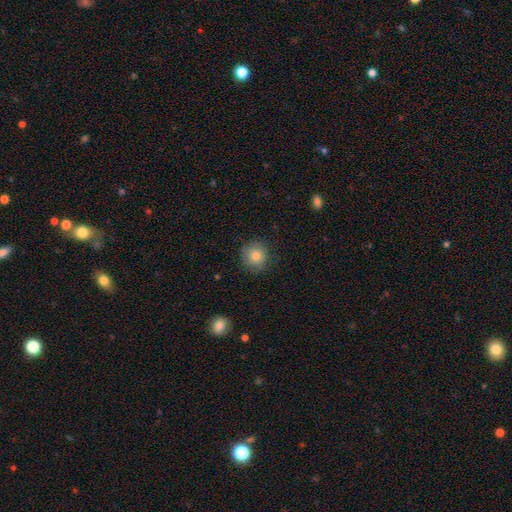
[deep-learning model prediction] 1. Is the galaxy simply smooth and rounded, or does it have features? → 81% smooth, 10% featured or disk, 9% star or artifact.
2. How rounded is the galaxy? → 92% round, 7% in between, 1% cigar-shaped.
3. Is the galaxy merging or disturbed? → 82% none, 13% minor disturbance, 3% major disturbance, 1% merger.